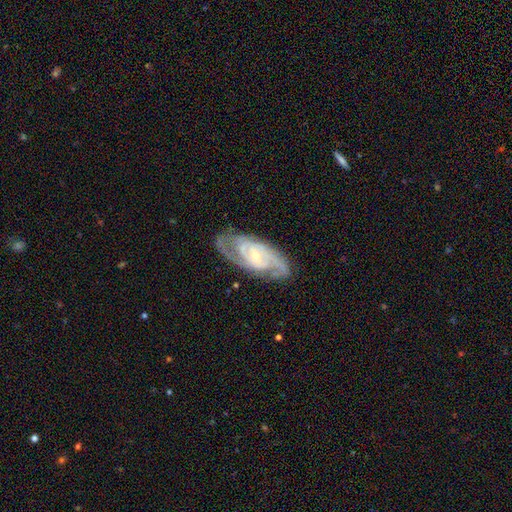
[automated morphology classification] Smooth or featured? featured or disk (90%)
Edge-on disk? no (94%)
Bar? no (47%)
Spiral arms? yes (97%)
Spiral winding? tight (49%)
Spiral arm count? 2 (62%)
Bulge size? small (71%)
Merging? none (78%)